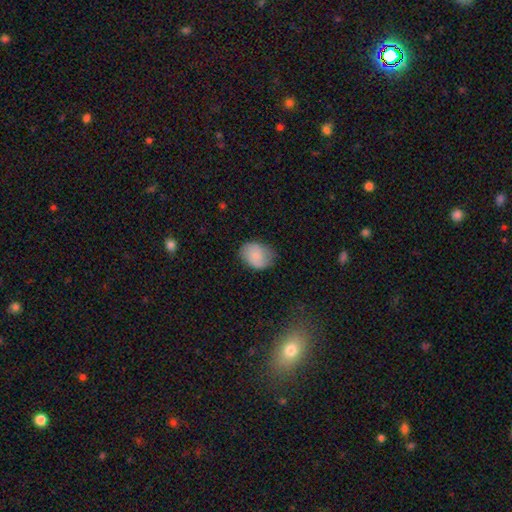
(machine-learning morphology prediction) A smooth galaxy with no disk features (78%) that is in between round and cigar-shaped (63%). Merging: none (70%).